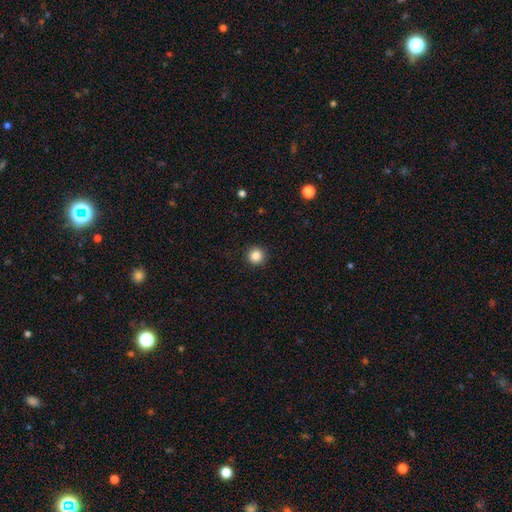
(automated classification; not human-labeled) The model was most divided on "smooth or featured": smooth: 85%, star or artifact: 11%, featured or disk: 4%. More confident: how rounded — round (95%); merging — none (93%).